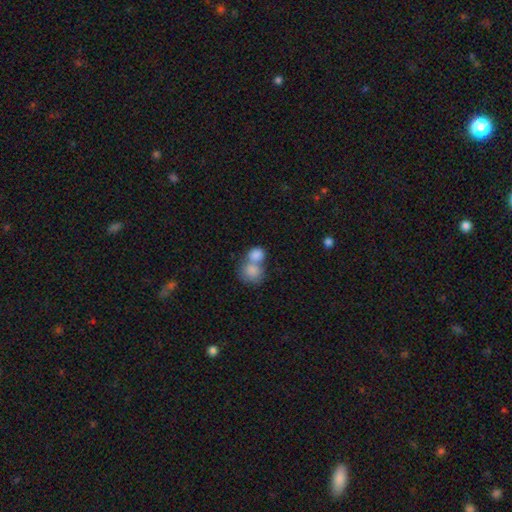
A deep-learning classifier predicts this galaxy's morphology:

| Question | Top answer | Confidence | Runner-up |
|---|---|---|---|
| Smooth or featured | smooth | 83% | featured or disk (10%) |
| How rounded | round | 66% | in between (33%) |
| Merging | merger | 66% | none (24%) |